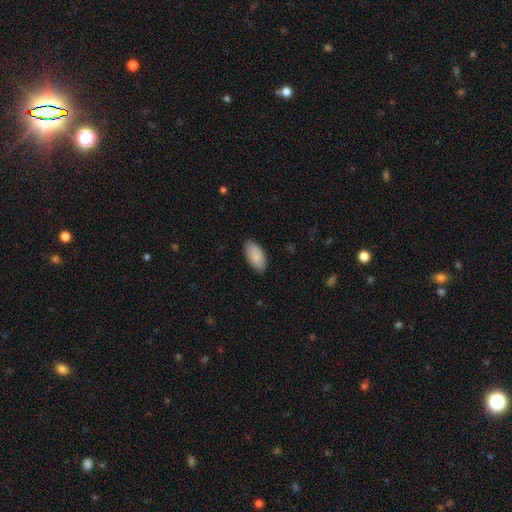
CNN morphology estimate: This is clearly a smooth galaxy (88%). How rounded: clearly in between (95%). Merging: clearly none (87%).